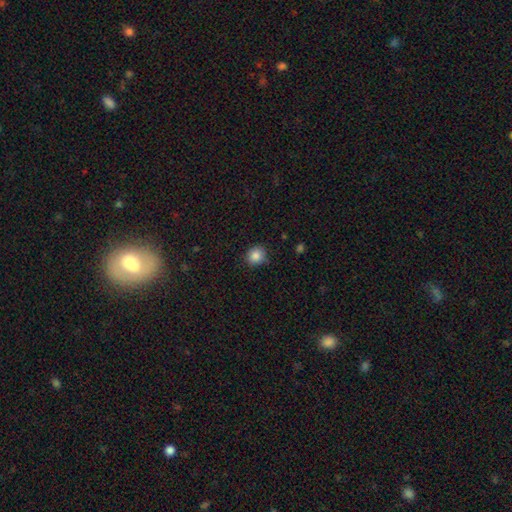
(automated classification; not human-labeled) smooth-or-featured: smooth: 85% | star or artifact: 10% | featured or disk: 5%
  how-rounded: round: 85% | in between: 14% | cigar-shaped: 1%
  merging: none: 83% | minor disturbance: 14% | major disturbance: 2% | merger: 1%